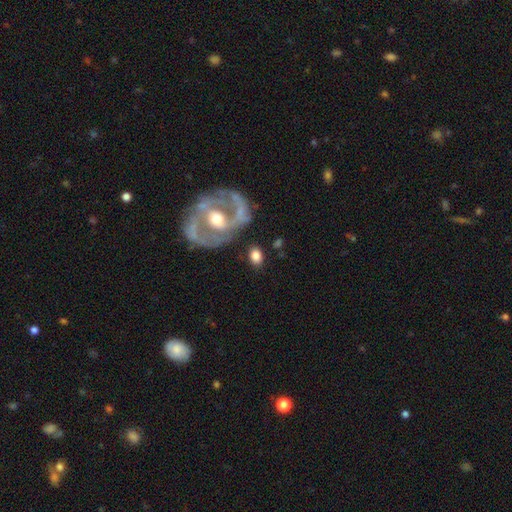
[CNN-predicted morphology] A smooth galaxy with no disk features (71%) that is in between round and cigar-shaped (71%).

Vote fractions:
- Smooth or featured? smooth: 71% / featured or disk: 23% / star or artifact: 6%
- How rounded? in between: 71% / round: 27% / cigar-shaped: 2%
- Merging? none: 76% / minor disturbance: 12% / major disturbance: 6% / merger: 6%